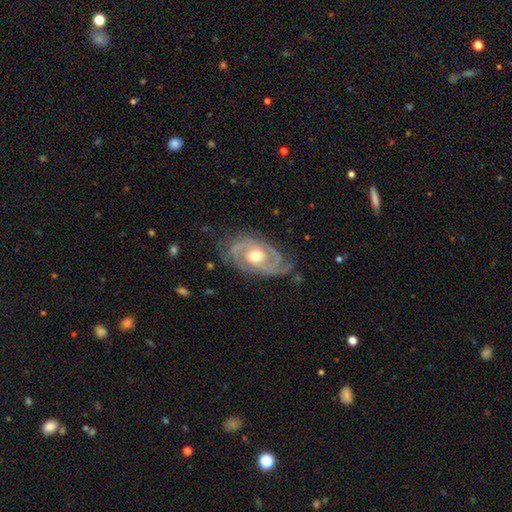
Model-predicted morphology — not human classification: A featured or disk galaxy (90%) with no bar (68%), 2 (68%) tight (58%) spiral arms (97%) and a moderate central bulge (76%). Merging: none (73%).